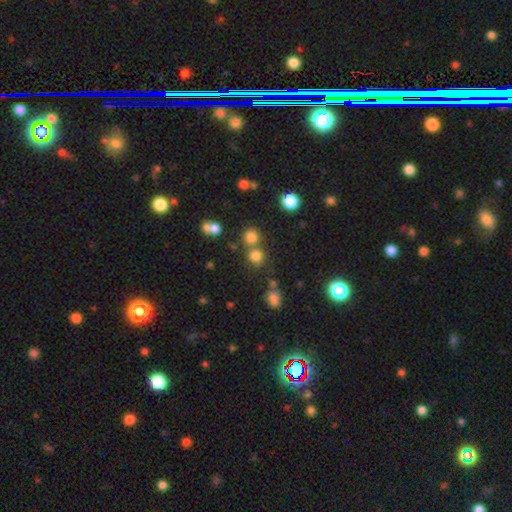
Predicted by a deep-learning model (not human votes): smooth-or-featured: smooth: 75% | star or artifact: 18% | featured or disk: 7%
  how-rounded: round: 87% | in between: 11% | cigar-shaped: 1%
  merging: none: 63% | merger: 26% | minor disturbance: 8% | major disturbance: 4%